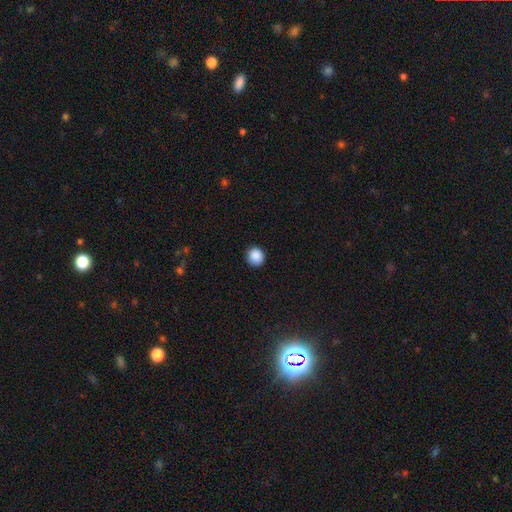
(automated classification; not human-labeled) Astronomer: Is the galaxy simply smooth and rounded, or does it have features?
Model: smooth — 89%.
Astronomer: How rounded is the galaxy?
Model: round — 90%.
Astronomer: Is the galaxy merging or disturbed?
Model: none — 91%.